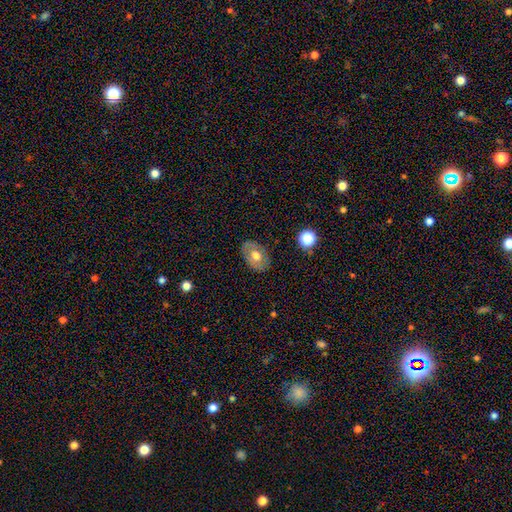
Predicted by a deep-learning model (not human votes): smooth 54%, featured or disk 38%, star or artifact 8%. Down the decision tree: how rounded — in between (78%); merging — none (82%).